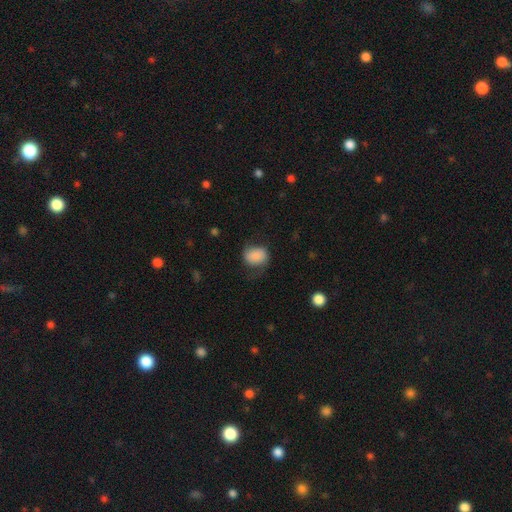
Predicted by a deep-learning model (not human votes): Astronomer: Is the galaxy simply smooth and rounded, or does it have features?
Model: smooth — 80%.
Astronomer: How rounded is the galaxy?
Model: in between — 54% (runner-up: round, 45%).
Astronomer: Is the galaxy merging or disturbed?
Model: none — 56%.